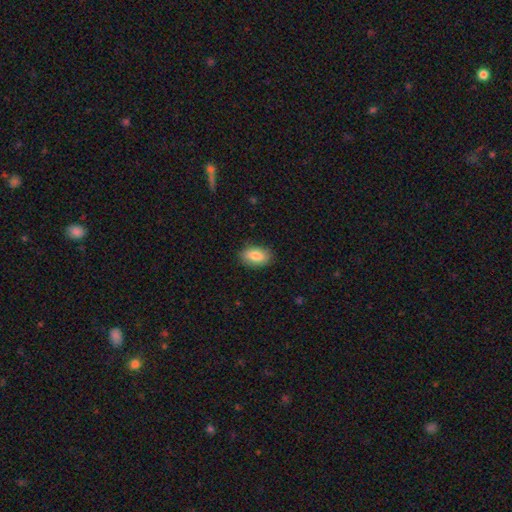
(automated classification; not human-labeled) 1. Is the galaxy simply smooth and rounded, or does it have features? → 83% smooth, 10% featured or disk, 7% star or artifact.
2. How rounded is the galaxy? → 89% in between, 9% round, 2% cigar-shaped.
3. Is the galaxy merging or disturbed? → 85% none, 11% minor disturbance, 2% major disturbance, 1% merger.